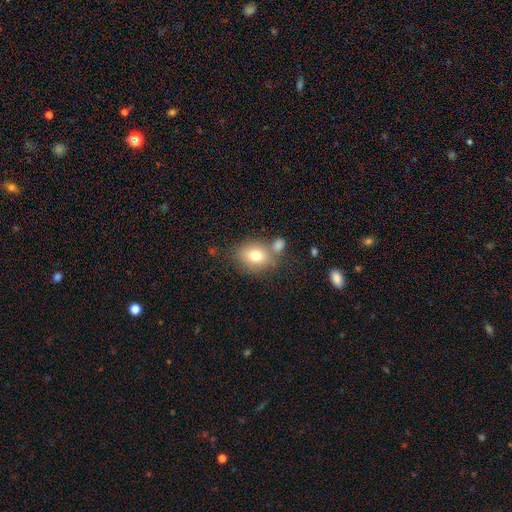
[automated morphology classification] Smooth or featured? Predicted: smooth (p=0.74). How rounded? Predicted: in between (p=0.51). Merging? Predicted: none (p=0.58).